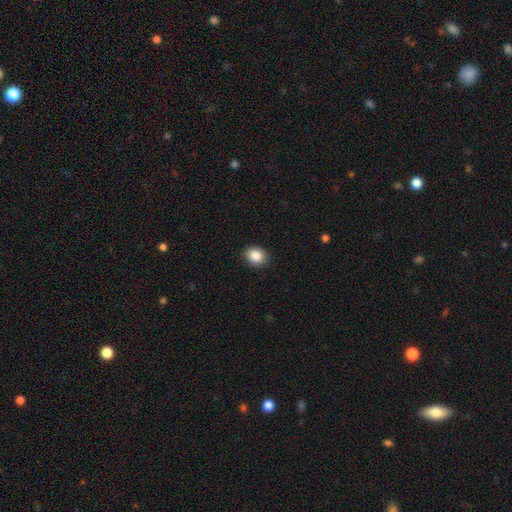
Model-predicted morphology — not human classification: smooth-or-featured: smooth: 87% | star or artifact: 9% | featured or disk: 5%
  how-rounded: round: 55% | in between: 44% | cigar-shaped: 1%
  merging: none: 90% | minor disturbance: 7% | major disturbance: 2% | merger: 1%